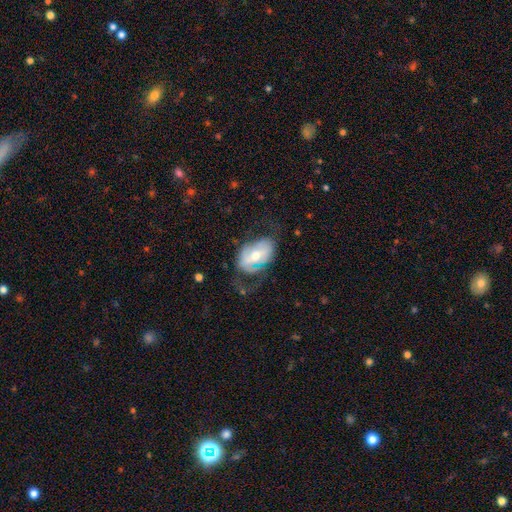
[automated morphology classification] This is possibly a featured or disk galaxy (55%). It is clearly not viewed edge-on (93%). Bar: possibly no (58%). Spiral arm pattern: possibly yes (55%). Central bulge: likely moderate (62%). Merging: marginally none (39%).